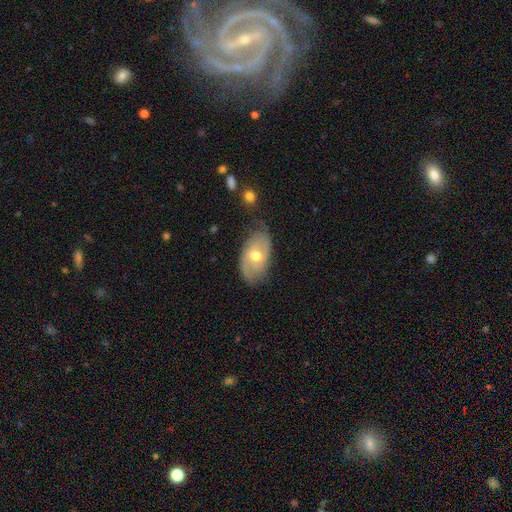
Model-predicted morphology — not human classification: featured or disk 62%, smooth 31%, star or artifact 7%. Down the decision tree: edge-on disk — no (92%); bar — no (50%); spiral arms — yes (77%); bulge size — moderate (71%); merging — none (66%).